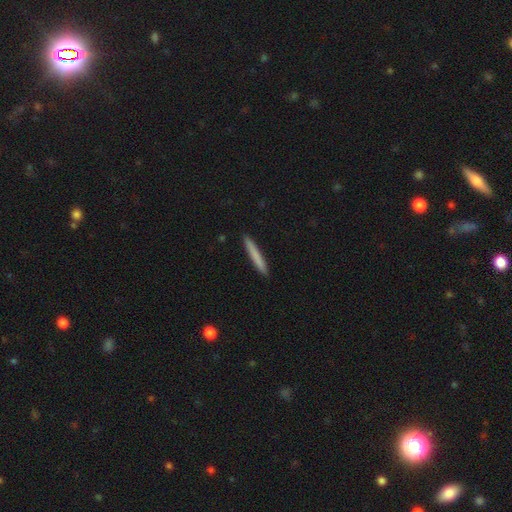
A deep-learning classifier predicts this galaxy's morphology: Smooth or featured: smooth — 77% (featured or disk — 17%)
How rounded: cigar-shaped — 96% (in between — 2%)
Merging: none — 92% (minor disturbance — 6%)